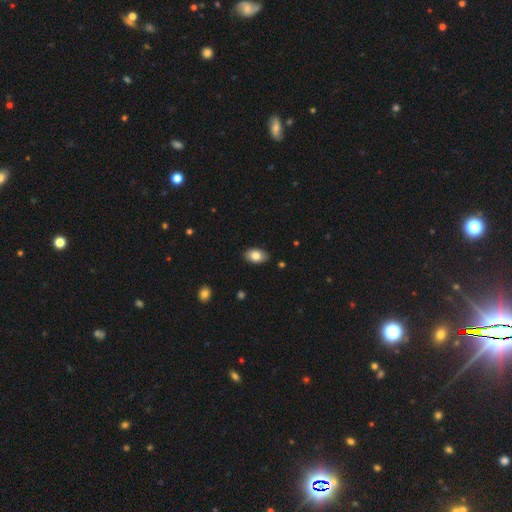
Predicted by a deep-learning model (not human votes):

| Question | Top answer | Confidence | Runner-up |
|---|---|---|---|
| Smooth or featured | smooth | 81% | featured or disk (11%) |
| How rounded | in between | 90% | round (9%) |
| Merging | none | 87% | minor disturbance (10%) |